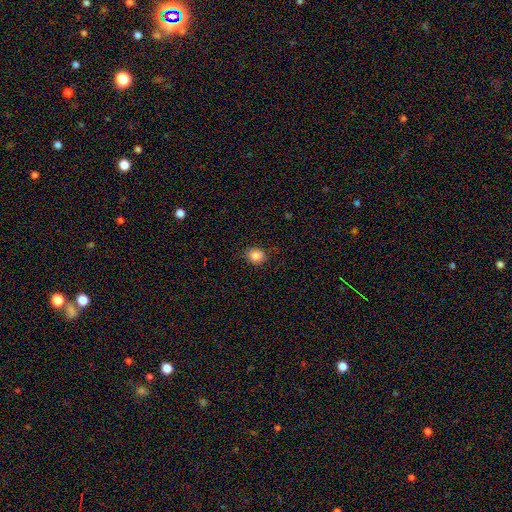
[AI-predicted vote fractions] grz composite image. It shows a smooth galaxy with no disk features (84%) that is round (68%). Merging: none (79%).